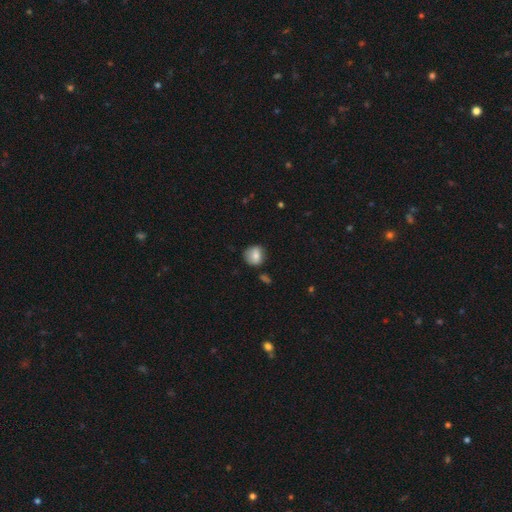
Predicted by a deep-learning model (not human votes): Smooth or featured? smooth (78%)
How rounded? round (81%)
Merging? none (72%)